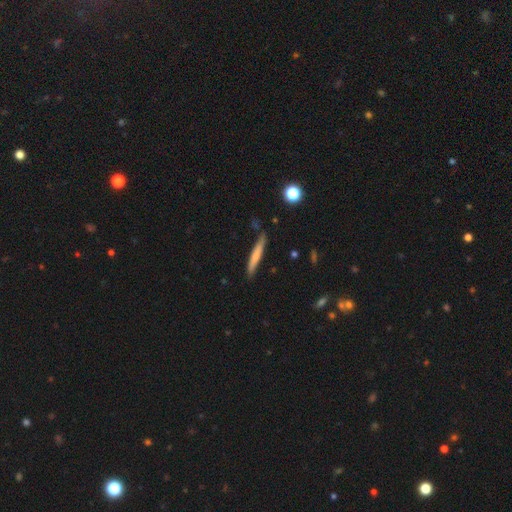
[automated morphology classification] Smooth or featured? smooth (64%)
How rounded? cigar-shaped (94%)
Merging? none (76%)